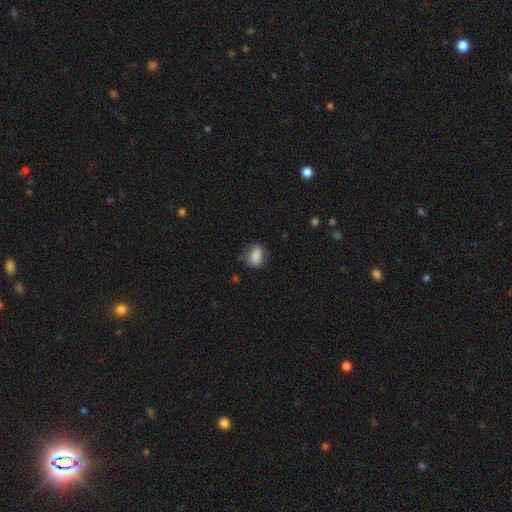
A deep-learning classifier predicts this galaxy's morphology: smooth-or-featured: smooth: 81% | featured or disk: 11% | star or artifact: 8%
  how-rounded: in between: 68% | round: 30% | cigar-shaped: 2%
  merging: none: 65% | minor disturbance: 26% | major disturbance: 8% | merger: 2%